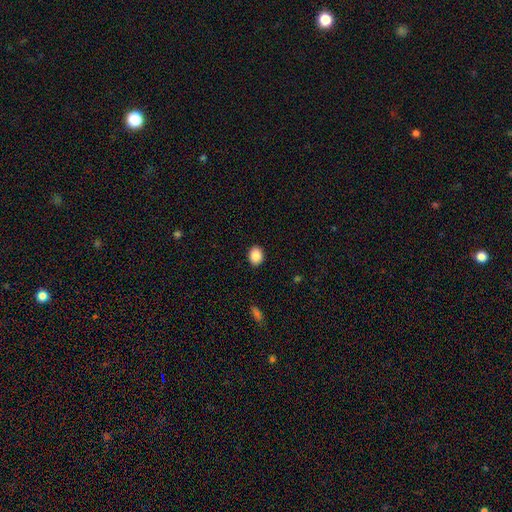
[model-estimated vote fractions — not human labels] smooth-or-featured: smooth: 87% | star or artifact: 9% | featured or disk: 4%
  how-rounded: round: 55% | in between: 45% | cigar-shaped: 1%
  merging: none: 90% | minor disturbance: 7% | major disturbance: 2% | merger: 1%